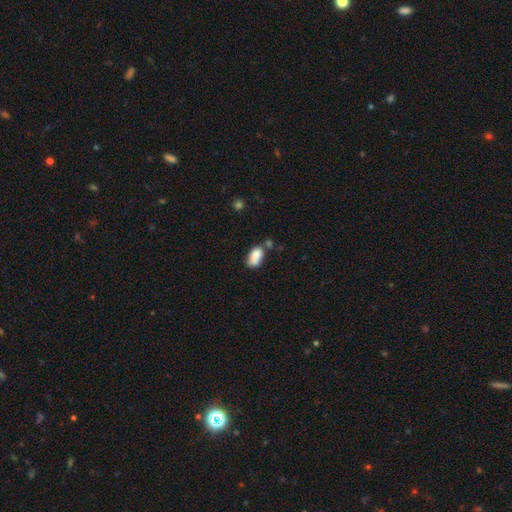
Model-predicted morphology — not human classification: Overall: smooth (81%). How rounded: in between (90%). Merging: none (39%; merger 28%).